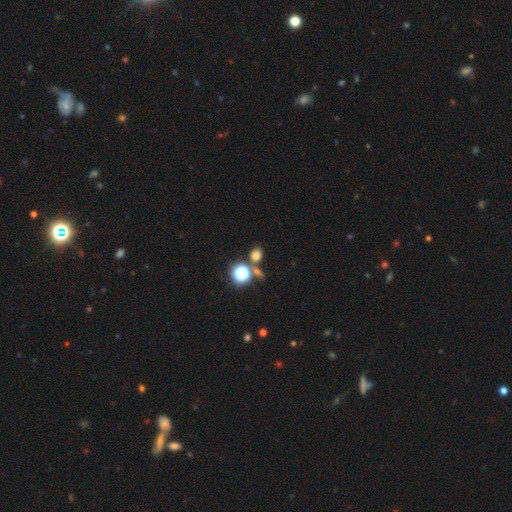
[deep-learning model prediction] The model was most divided on "how rounded": round: 61%, in between: 37%, cigar-shaped: 2%. More confident: smooth or featured — smooth (68%); merging — none (66%).